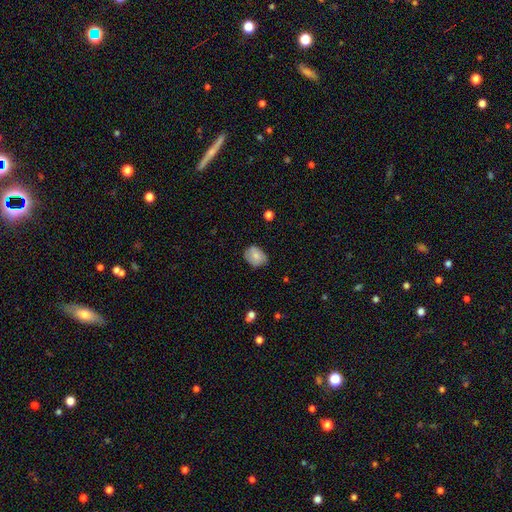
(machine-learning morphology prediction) This is likely a smooth galaxy (74%). How rounded: possibly in between (57%). Merging: likely none (69%).